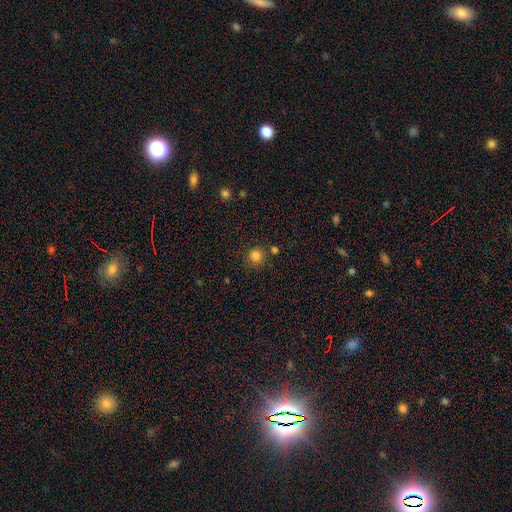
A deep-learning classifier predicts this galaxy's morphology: A smooth galaxy with no disk features (82%) that is round (93%).

Vote fractions:
- Smooth or featured? smooth: 82% / star or artifact: 13% / featured or disk: 5%
- How rounded? round: 93% / in between: 6% / cigar-shaped: 1%
- Merging? none: 81% / minor disturbance: 9% / merger: 7% / major disturbance: 3%